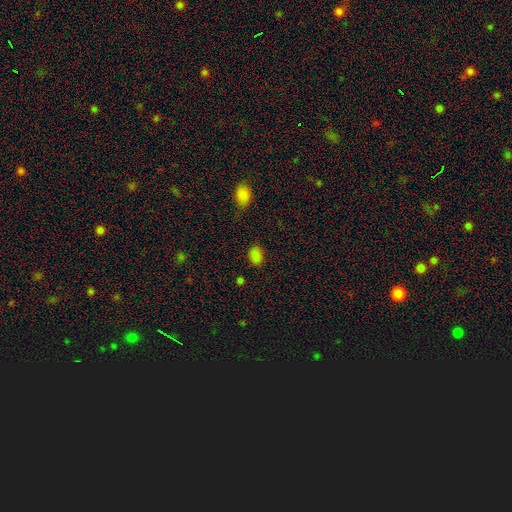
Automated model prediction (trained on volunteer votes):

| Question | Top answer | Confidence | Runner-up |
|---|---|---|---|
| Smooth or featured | smooth | 81% | star or artifact (16%) |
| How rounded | in between | 72% | round (27%) |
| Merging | none | 78% | minor disturbance (16%) |